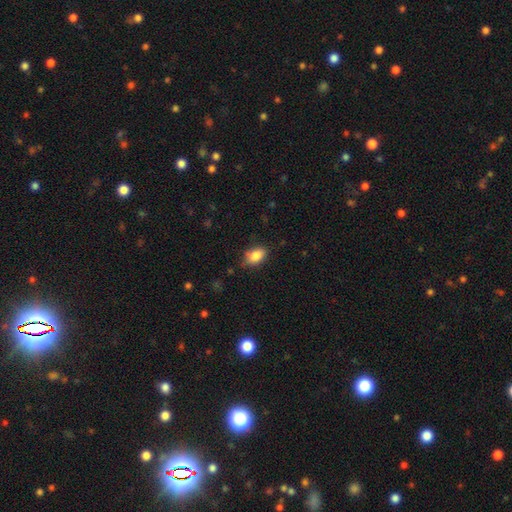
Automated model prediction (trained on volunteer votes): Overall: smooth (85%). How rounded: in between (87%). Merging: none (75%).